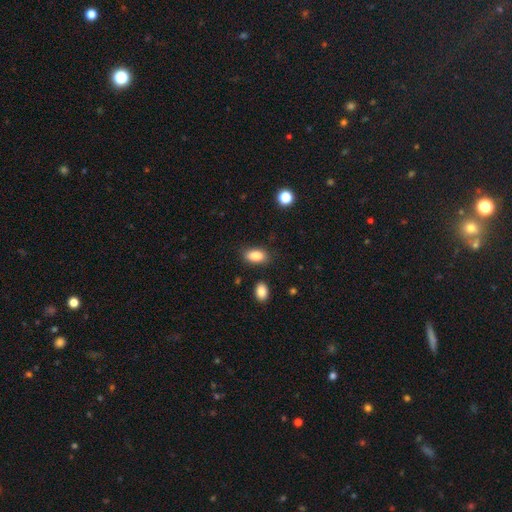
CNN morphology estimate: This appears to be a smooth galaxy with no disk features (86%) that is in between round and cigar-shaped (90%). Merging: none (83%).